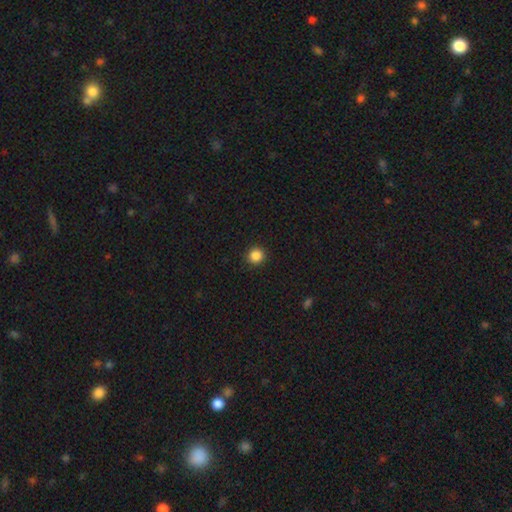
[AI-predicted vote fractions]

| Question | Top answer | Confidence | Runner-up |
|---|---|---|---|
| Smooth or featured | smooth | 86% | star or artifact (11%) |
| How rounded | round | 95% | in between (4%) |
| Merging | none | 92% | minor disturbance (5%) |